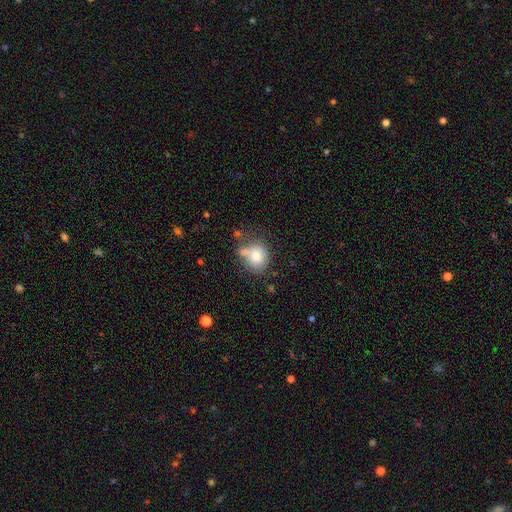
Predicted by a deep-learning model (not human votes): Smooth or featured: smooth — 76% (featured or disk — 14%)
How rounded: round — 62% (in between — 37%)
Merging: none — 45% (minor disturbance — 24%)